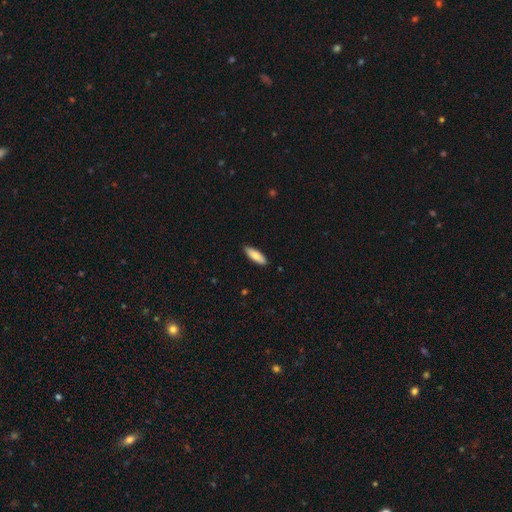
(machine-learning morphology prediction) Smooth or featured? smooth (79%)
How rounded? in between (59%)
Merging? none (89%)